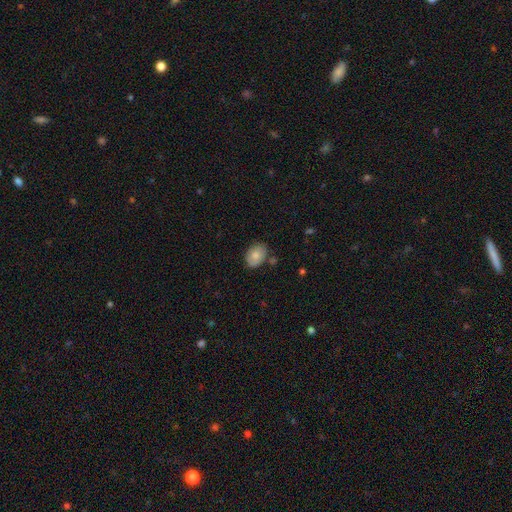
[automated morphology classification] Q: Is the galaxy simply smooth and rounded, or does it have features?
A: smooth — 76%.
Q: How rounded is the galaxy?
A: in between — 76%.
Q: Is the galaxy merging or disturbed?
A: none — 73%.